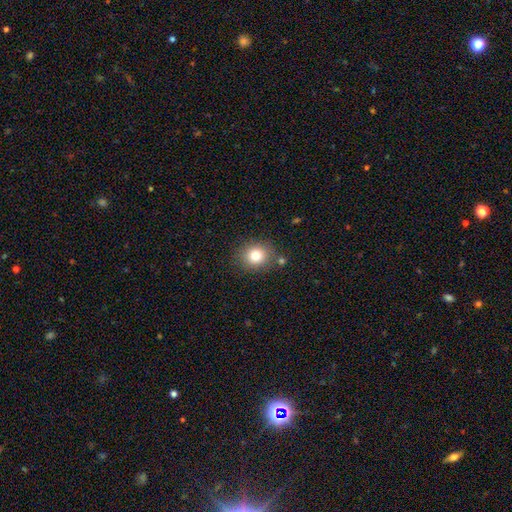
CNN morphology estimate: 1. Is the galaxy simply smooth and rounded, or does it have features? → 80% smooth, 12% star or artifact, 8% featured or disk.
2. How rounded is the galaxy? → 76% round, 23% in between, 1% cigar-shaped.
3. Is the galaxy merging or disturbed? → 81% none, 10% minor disturbance, 5% merger, 3% major disturbance.